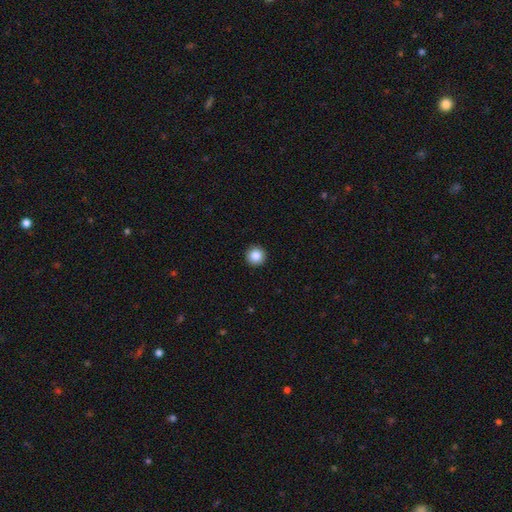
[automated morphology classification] smooth-or-featured: smooth: 86% | star or artifact: 9% | featured or disk: 5%
  how-rounded: round: 96% | in between: 3% | cigar-shaped: 1%
  merging: none: 94% | minor disturbance: 4% | major disturbance: 1% | merger: 1%